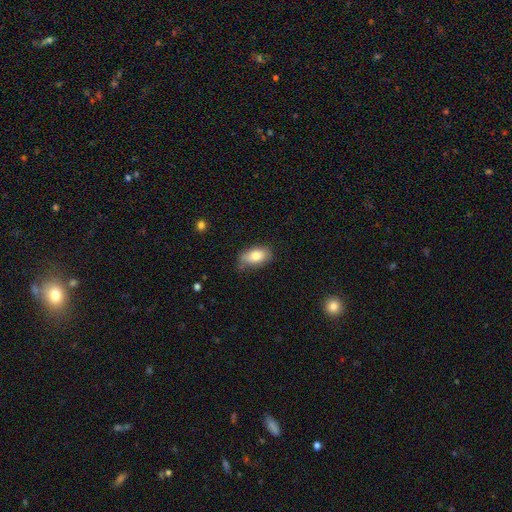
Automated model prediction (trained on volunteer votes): Smooth or featured: smooth — 80% (featured or disk — 13%)
How rounded: in between — 92% (round — 5%)
Merging: none — 63% (minor disturbance — 30%)